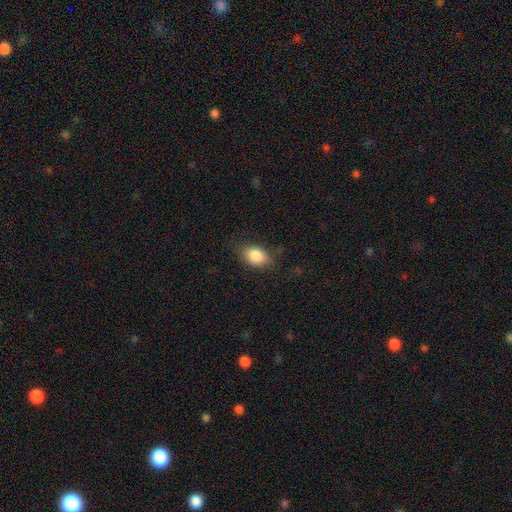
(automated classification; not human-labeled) Smooth or featured? Predicted: smooth (p=0.85). How rounded? Predicted: in between (p=0.83). Merging? Predicted: none (p=0.75).